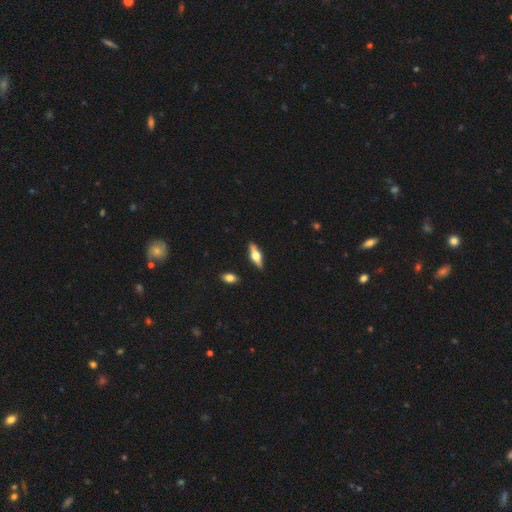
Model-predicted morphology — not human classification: Q: Smooth or featured?
A: featured or disk (59%); runner-up: smooth (35%)
Q: Edge-on disk?
A: yes (94%); runner-up: no (6%)
Q: Edge-on bulge?
A: rounded (94%); runner-up: boxy (5%)
Q: Merging?
A: none (88%); runner-up: minor disturbance (8%)